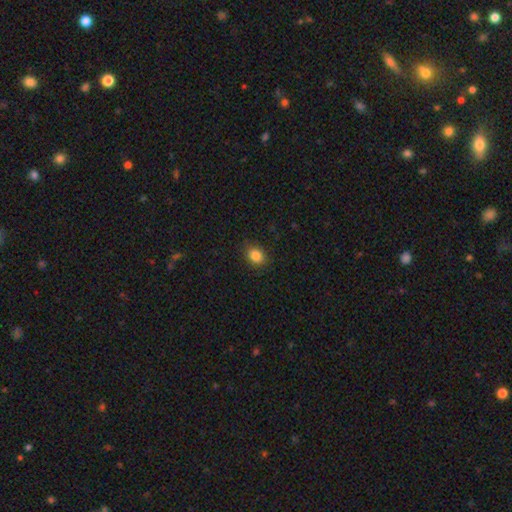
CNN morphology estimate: type=smooth (85%); roundness=round (50%); merging=none (87%).